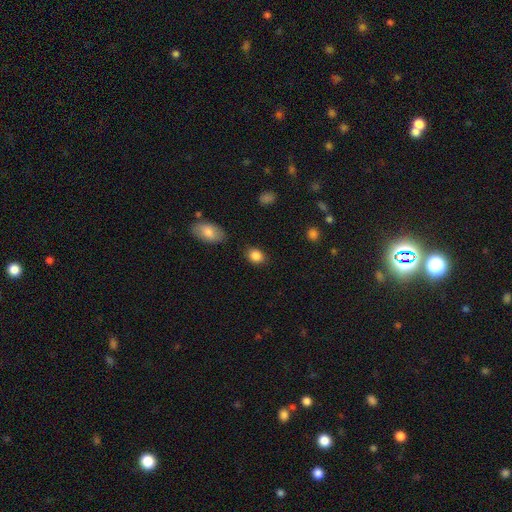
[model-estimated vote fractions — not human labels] Smooth or featured? smooth (87%)
How rounded? in between (63%)
Merging? none (83%)